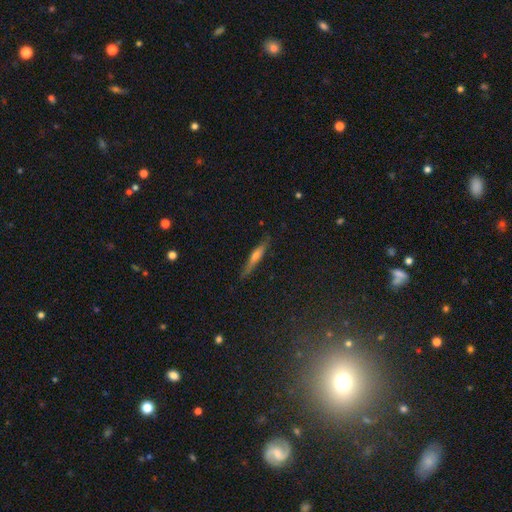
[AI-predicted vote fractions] A featured or disk galaxy (56%) viewed edge-on (95%) with a rounded central bulge (72%).

Vote fractions:
- Smooth or featured? featured or disk: 56% / smooth: 33% / star or artifact: 11%
- Edge-on disk? yes: 95% / no: 5%
- Edge-on bulge? rounded: 72% / none: 21% / boxy: 8%
- Merging? none: 87% / minor disturbance: 10% / major disturbance: 2% / merger: 1%